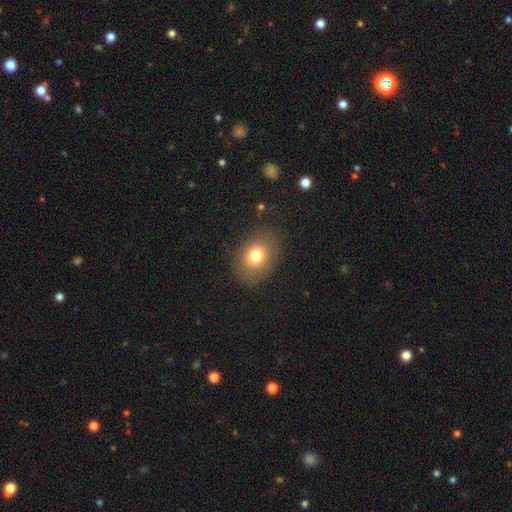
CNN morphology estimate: smooth 75%, featured or disk 15%, star or artifact 10%. Down the decision tree: how rounded — in between (65%); merging — none (80%).